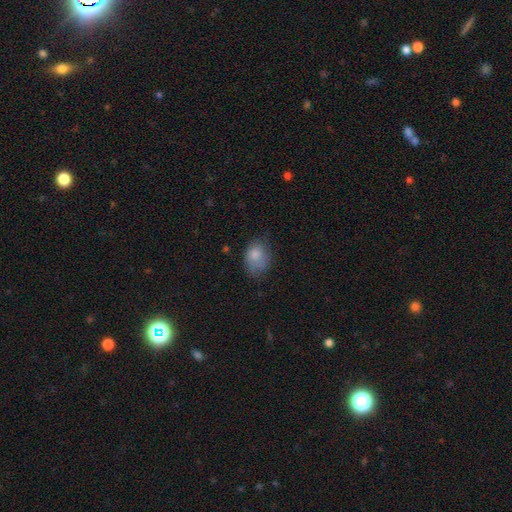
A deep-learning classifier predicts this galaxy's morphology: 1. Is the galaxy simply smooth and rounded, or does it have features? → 82% smooth, 10% featured or disk, 8% star or artifact.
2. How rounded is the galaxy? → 66% in between, 33% round, 1% cigar-shaped.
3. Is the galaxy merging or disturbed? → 56% none, 31% minor disturbance, 11% major disturbance, 2% merger.